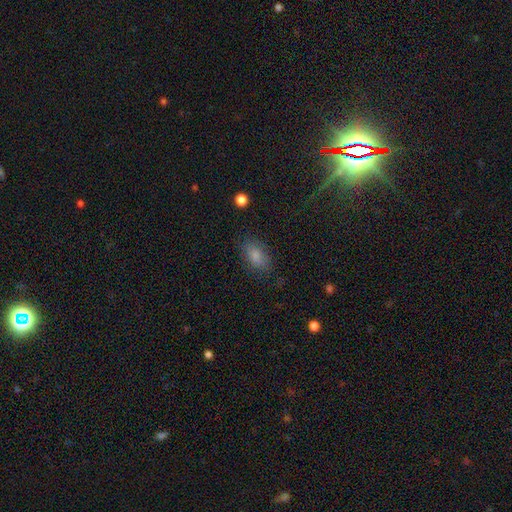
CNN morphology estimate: Q: Smooth or featured?
A: smooth (81%); runner-up: star or artifact (10%)
Q: How rounded?
A: in between (88%); runner-up: round (9%)
Q: Merging?
A: none (79%); runner-up: minor disturbance (15%)